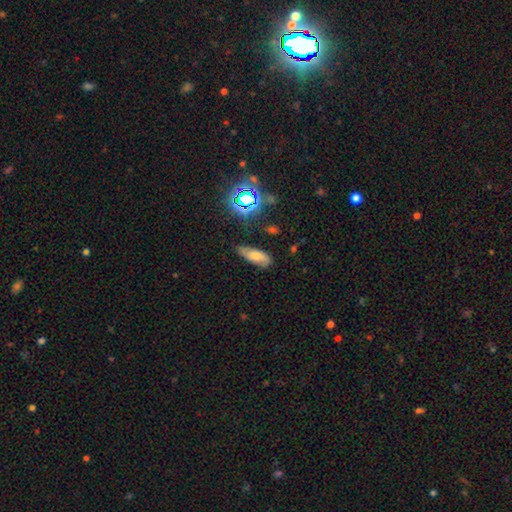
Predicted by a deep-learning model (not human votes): smooth-or-featured: smooth: 63% | featured or disk: 22% | star or artifact: 15%
  how-rounded: in between: 69% | cigar-shaped: 27% | round: 4%
  merging: none: 66% | minor disturbance: 25% | major disturbance: 6% | merger: 3%